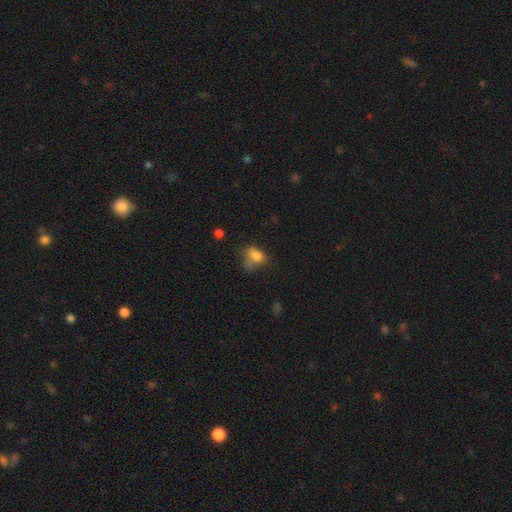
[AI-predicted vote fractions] Smooth or featured: smooth — 75% (featured or disk — 13%)
How rounded: in between — 70% (round — 28%)
Merging: none — 33% (minor disturbance — 31%)